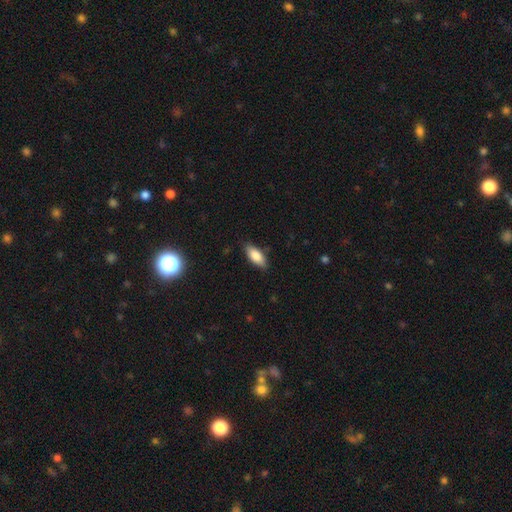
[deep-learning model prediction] Q: Smooth or featured?
A: smooth (83%); runner-up: featured or disk (10%)
Q: How rounded?
A: in between (81%); runner-up: cigar-shaped (16%)
Q: Merging?
A: none (84%); runner-up: minor disturbance (13%)